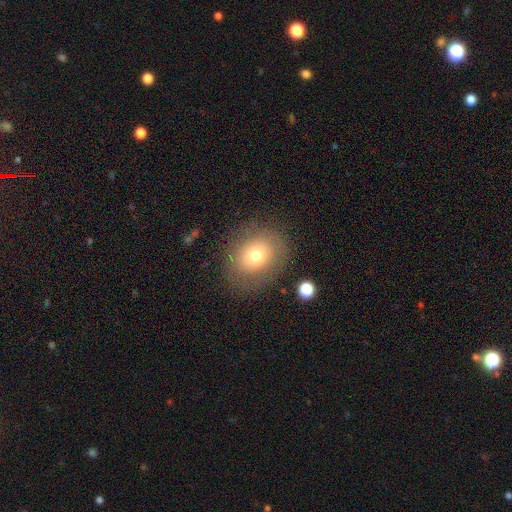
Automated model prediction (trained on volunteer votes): This appears to be a smooth galaxy with no disk features (69%) that is round (54%). Merging: none (78%).